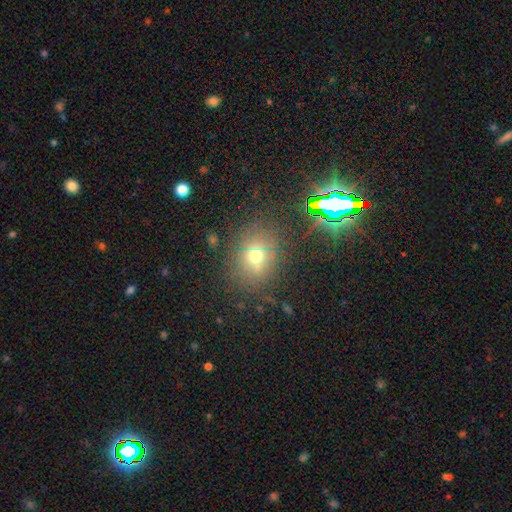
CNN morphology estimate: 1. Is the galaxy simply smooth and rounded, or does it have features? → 62% smooth, 23% star or artifact, 15% featured or disk.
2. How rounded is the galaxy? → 56% round, 42% in between, 1% cigar-shaped.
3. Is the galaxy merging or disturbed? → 77% none, 13% minor disturbance, 6% major disturbance, 5% merger.